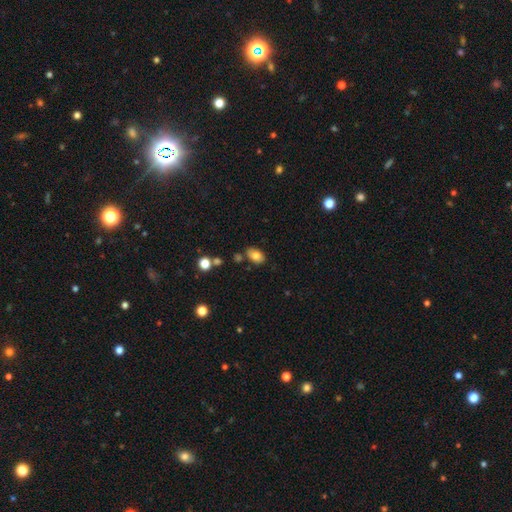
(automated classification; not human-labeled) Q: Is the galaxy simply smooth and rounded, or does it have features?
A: smooth — 78%.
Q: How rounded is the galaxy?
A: in between — 86%.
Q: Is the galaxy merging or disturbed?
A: none — 74%.